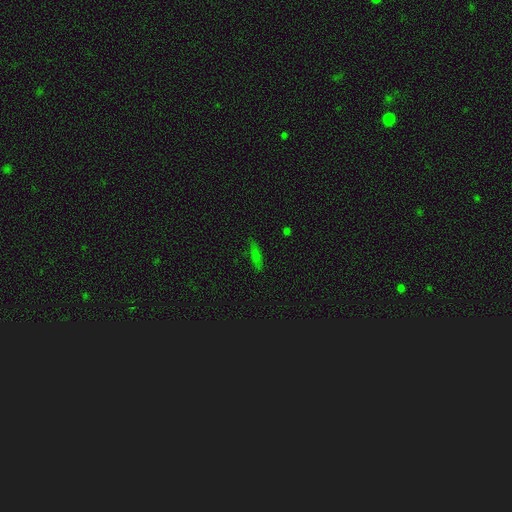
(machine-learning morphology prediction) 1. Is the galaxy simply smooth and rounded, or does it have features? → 68% smooth, 17% featured or disk, 15% star or artifact.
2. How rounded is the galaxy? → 71% cigar-shaped, 26% in between, 3% round.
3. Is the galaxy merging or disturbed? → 82% none, 13% minor disturbance, 3% major disturbance, 2% merger.